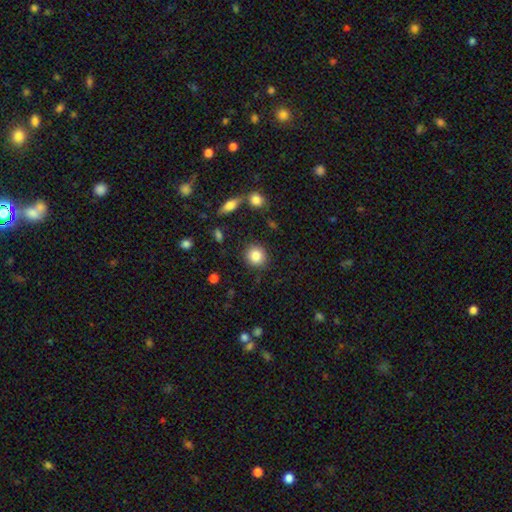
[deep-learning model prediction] A smooth galaxy with no disk features (85%) that is round (85%).

Vote fractions:
- Smooth or featured? smooth: 85% / star or artifact: 9% / featured or disk: 7%
- How rounded? round: 85% / in between: 14% / cigar-shaped: 1%
- Merging? none: 88% / minor disturbance: 7% / major disturbance: 3% / merger: 2%